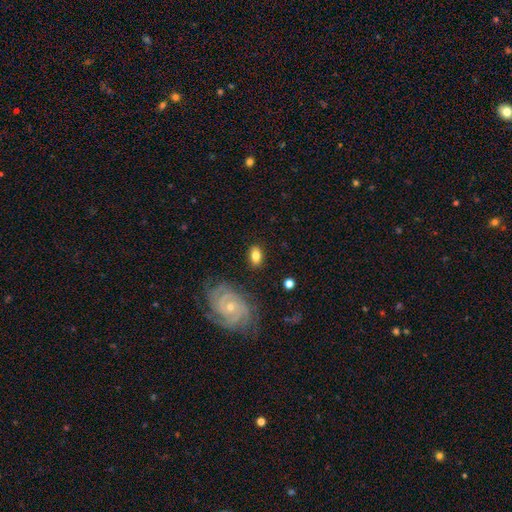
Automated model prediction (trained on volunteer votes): This is likely a smooth galaxy (70%). How rounded: clearly in between (86%). Merging: clearly none (81%).